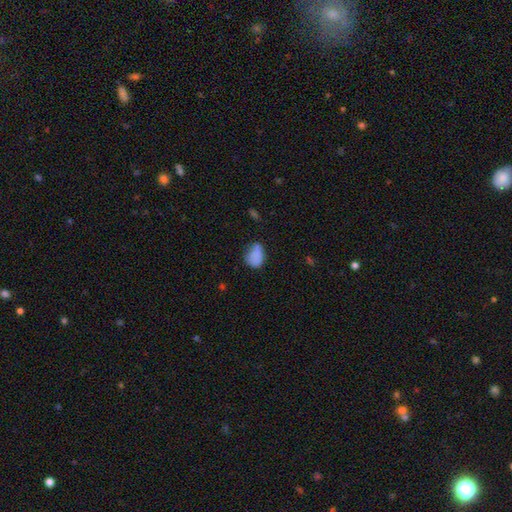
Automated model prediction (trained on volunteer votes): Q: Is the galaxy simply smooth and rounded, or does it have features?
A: smooth — 79%.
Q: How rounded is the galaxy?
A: in between — 70%.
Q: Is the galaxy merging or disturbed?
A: none — 42%.